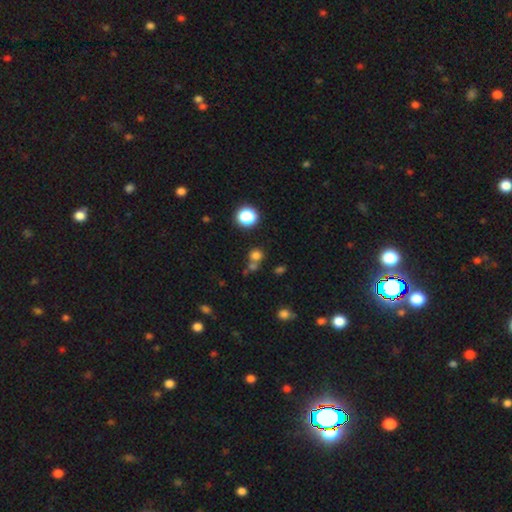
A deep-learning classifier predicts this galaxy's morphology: Q: Smooth or featured?
A: smooth (69%); runner-up: star or artifact (24%)
Q: How rounded?
A: round (86%); runner-up: in between (13%)
Q: Merging?
A: none (58%); runner-up: merger (30%)